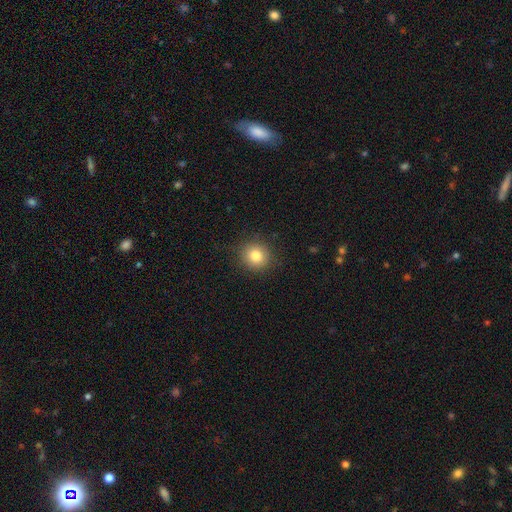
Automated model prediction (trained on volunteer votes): Smooth or featured? Predicted: smooth (p=0.82). How rounded? Predicted: round (p=0.90). Merging? Predicted: none (p=0.89).